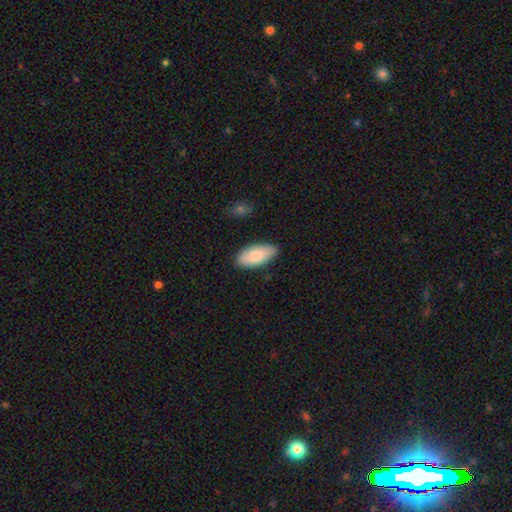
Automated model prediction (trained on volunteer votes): The model was most divided on "smooth or featured": smooth: 83%, featured or disk: 12%, star or artifact: 6%. More confident: how rounded — in between (92%); merging — none (85%).